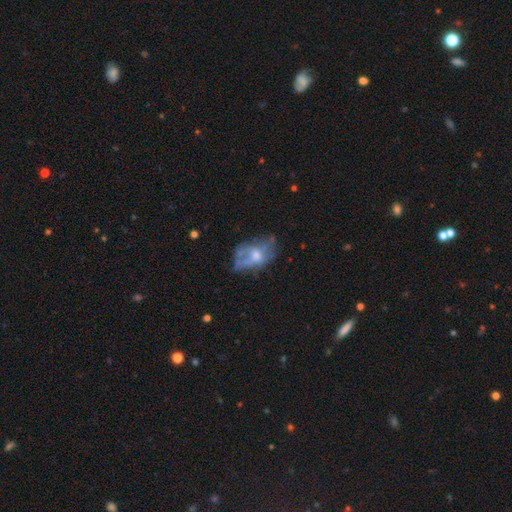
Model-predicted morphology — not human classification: smooth_or_featured: featured or disk (p=0.58) [alt: smooth p=0.30]
disk_edge_on: no (p=0.94) [alt: yes p=0.06]
bar: no (p=0.79) [alt: weak p=0.17]
has_spiral_arms: no (p=0.75) [alt: yes p=0.25]
bulge_size: moderate (p=0.54) [alt: small p=0.32]
merging: none (p=0.41) [alt: major disturbance p=0.28]